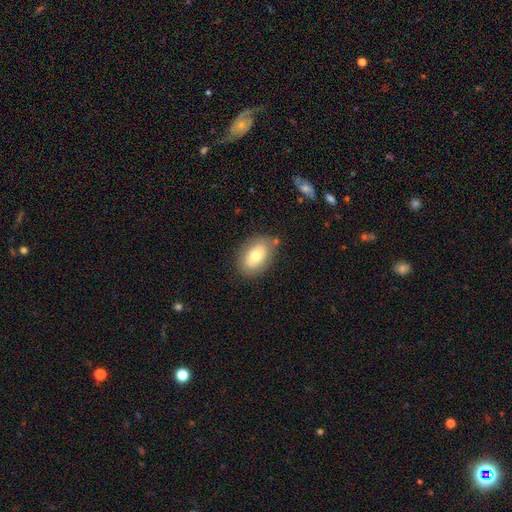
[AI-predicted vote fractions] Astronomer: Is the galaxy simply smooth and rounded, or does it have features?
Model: smooth — 71%.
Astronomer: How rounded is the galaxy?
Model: in between — 87%.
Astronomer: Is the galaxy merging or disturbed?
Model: none — 78%.